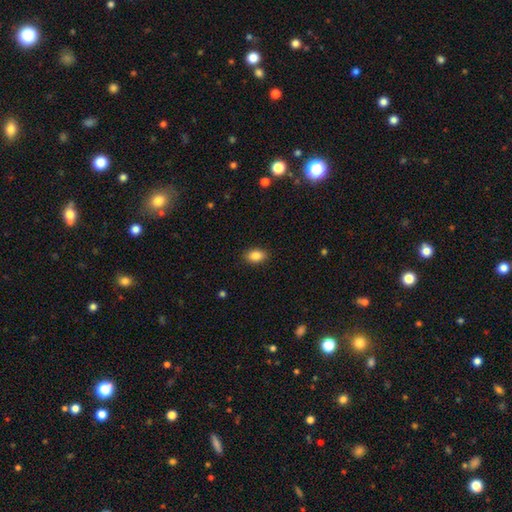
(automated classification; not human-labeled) The model was most divided on "how rounded": in between: 87%, round: 11%, cigar-shaped: 2%. More confident: merging — none (88%); smooth or featured — smooth (87%).